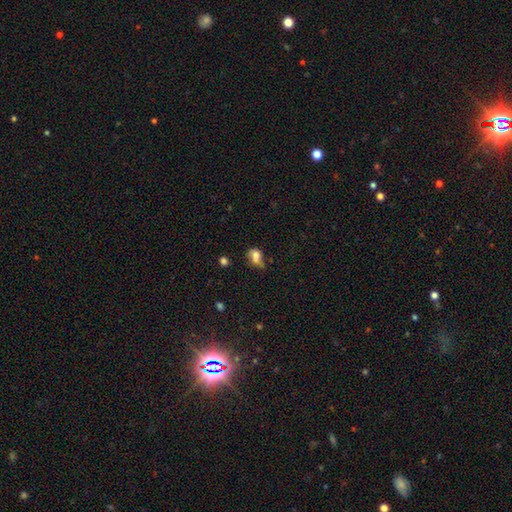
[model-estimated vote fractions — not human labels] Smooth or featured: smooth — 67% (featured or disk — 20%)
How rounded: in between — 60% (round — 37%)
Merging: merger — 32% (none — 27%)